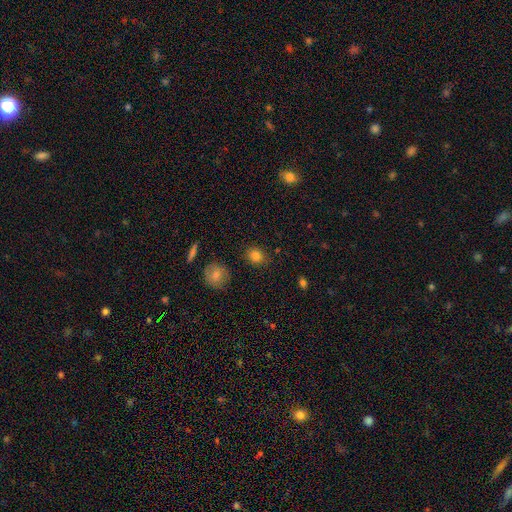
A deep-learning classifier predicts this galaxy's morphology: Q: Smooth or featured?
A: smooth (83%); runner-up: star or artifact (12%)
Q: How rounded?
A: round (70%); runner-up: in between (28%)
Q: Merging?
A: none (85%); runner-up: minor disturbance (10%)